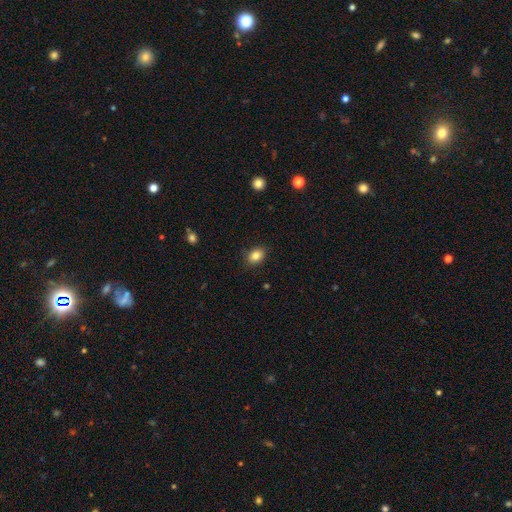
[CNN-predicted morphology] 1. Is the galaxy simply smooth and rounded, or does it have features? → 84% smooth, 10% star or artifact, 6% featured or disk.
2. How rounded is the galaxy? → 66% in between, 33% round, 1% cigar-shaped.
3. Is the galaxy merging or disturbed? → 87% none, 10% minor disturbance, 2% major disturbance, 1% merger.